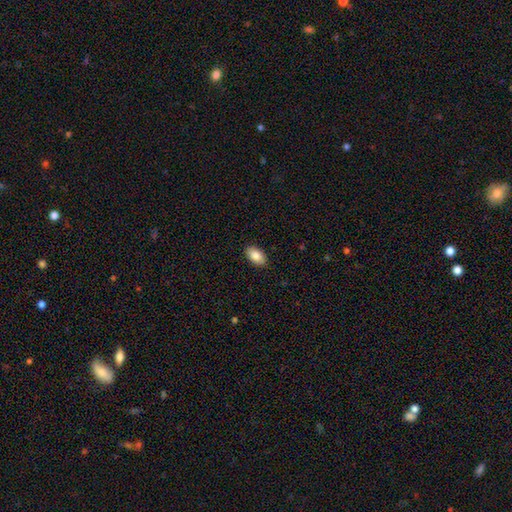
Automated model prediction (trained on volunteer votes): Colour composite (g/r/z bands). It shows a smooth galaxy with no disk features (86%) that is in between round and cigar-shaped (94%). Merging: none (90%).